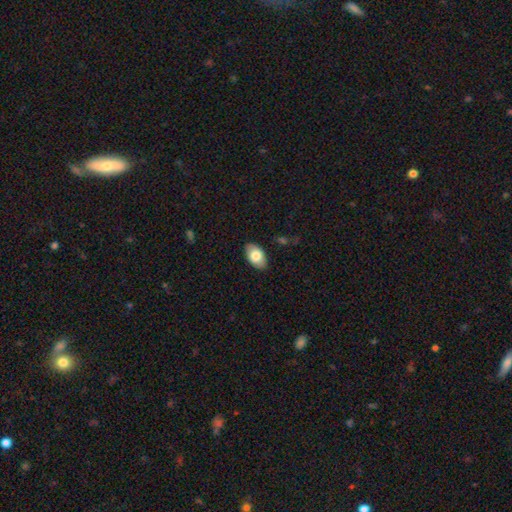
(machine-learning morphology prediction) Smooth or featured? Predicted: smooth (p=0.79). How rounded? Predicted: in between (p=0.93). Merging? Predicted: none (p=0.86).